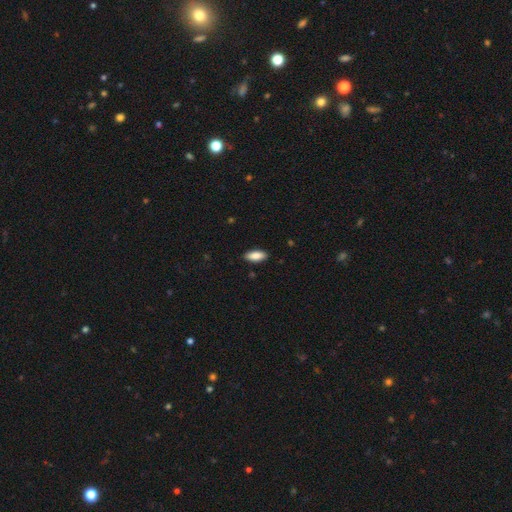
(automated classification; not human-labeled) This is clearly a smooth galaxy (87%). How rounded: clearly in between (82%). Merging: clearly none (89%).